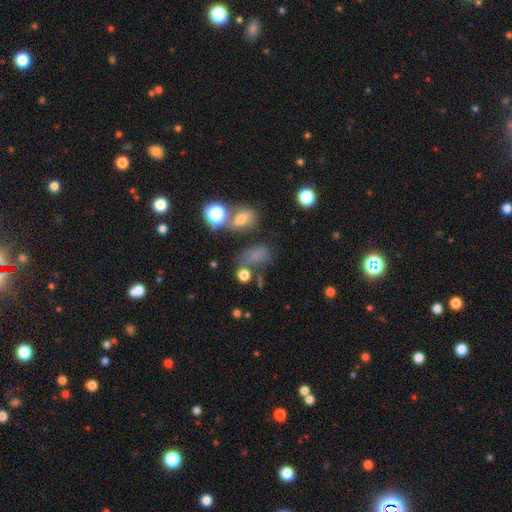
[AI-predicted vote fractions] A smooth galaxy with no disk features (66%) that is in between round and cigar-shaped (76%).

Vote fractions:
- Smooth or featured? smooth: 66% / star or artifact: 23% / featured or disk: 11%
- How rounded? in between: 76% / round: 20% / cigar-shaped: 4%
- Merging? none: 46% / minor disturbance: 21% / major disturbance: 17% / merger: 16%